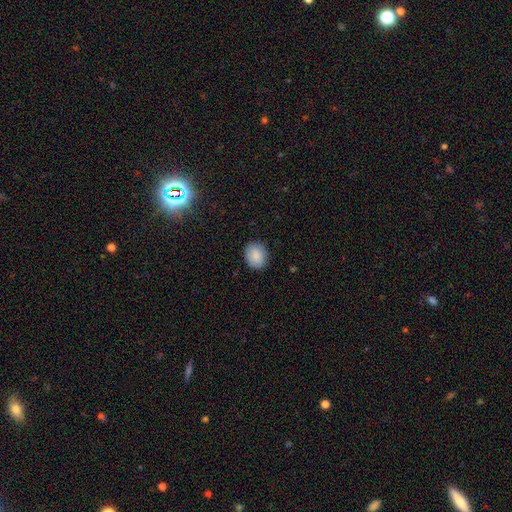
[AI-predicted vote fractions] This is clearly a smooth galaxy (87%). How rounded: possibly round (59%). Merging: clearly none (86%).